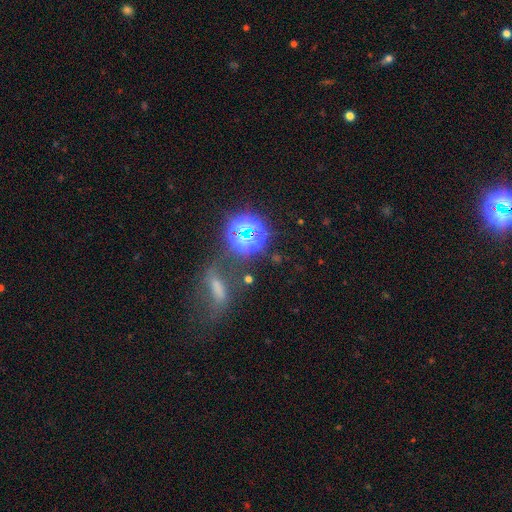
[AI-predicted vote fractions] Smooth or featured? star or artifact (44%)